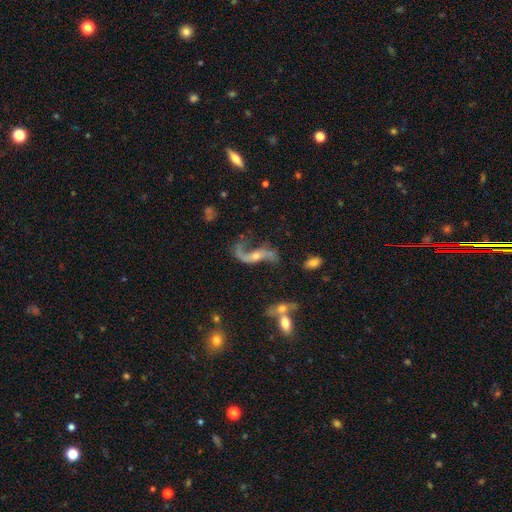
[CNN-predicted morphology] smooth_or_featured: featured or disk (p=0.83) [alt: star or artifact p=0.09]
disk_edge_on: no (p=0.93) [alt: yes p=0.07]
bar: no (p=0.52) [alt: weak p=0.30]
has_spiral_arms: yes (p=0.92) [alt: no p=0.08]
spiral_winding: loose (p=0.87) [alt: medium p=0.10]
spiral_arm_count: 2 (p=0.83) [alt: 1 p=0.12]
bulge_size: small (p=0.50) [alt: moderate p=0.40]
merging: none (p=0.49) [alt: major disturbance p=0.23]